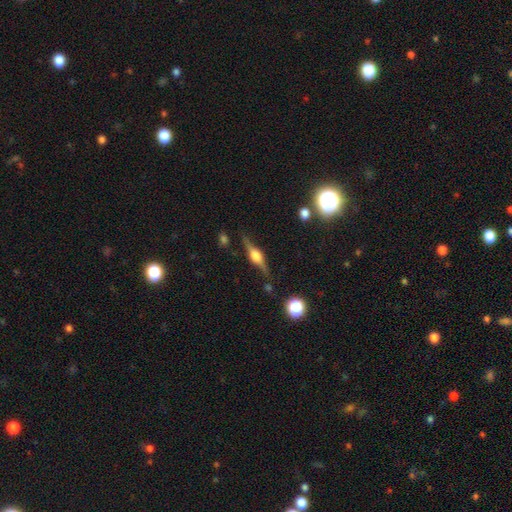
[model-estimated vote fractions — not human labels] This appears to be a featured or disk galaxy (79%) viewed edge-on (96%) with a rounded central bulge (87%). Merging: none (82%).